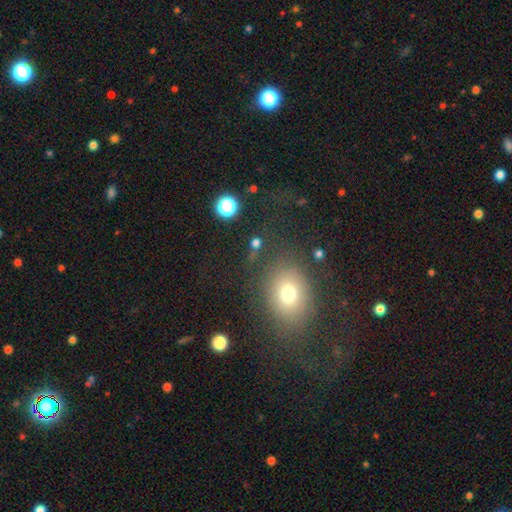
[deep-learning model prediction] Q: Smooth or featured?
A: smooth (63%); runner-up: star or artifact (19%)
Q: How rounded?
A: in between (53%); runner-up: round (45%)
Q: Merging?
A: none (67%); runner-up: major disturbance (16%)